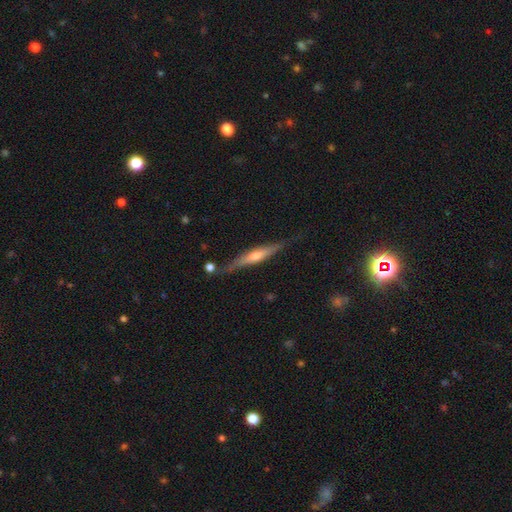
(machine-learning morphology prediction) Smooth or featured? featured or disk (64%)
Edge-on disk? yes (95%)
Edge-on bulge? rounded (73%)
Merging? none (76%)